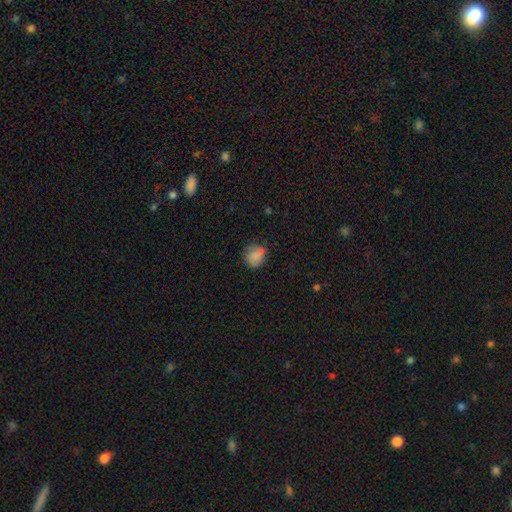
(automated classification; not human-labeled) Q: Smooth or featured?
A: smooth (79%); runner-up: featured or disk (12%)
Q: How rounded?
A: round (79%); runner-up: in between (20%)
Q: Merging?
A: none (67%); runner-up: minor disturbance (23%)